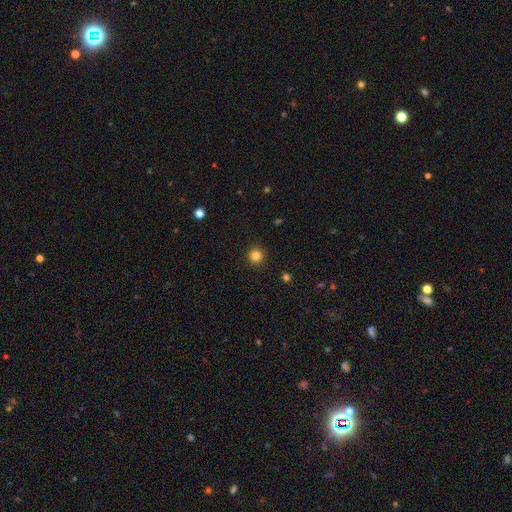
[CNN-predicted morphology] smooth_or_featured: smooth (p=0.83) [alt: star or artifact p=0.12]
how_rounded: round (p=0.95) [alt: in between p=0.04]
merging: none (p=0.92) [alt: minor disturbance p=0.05]